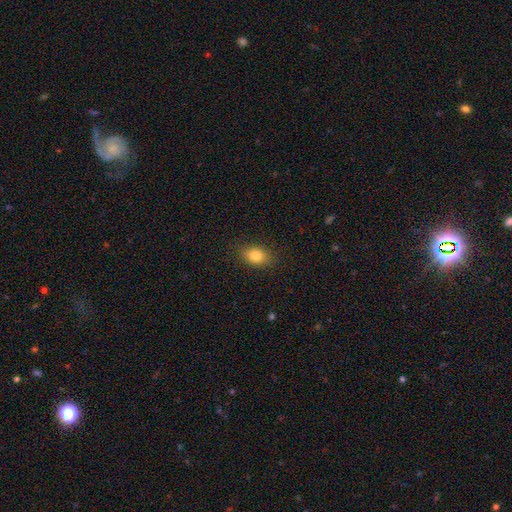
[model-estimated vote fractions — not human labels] smooth_or_featured: smooth (p=0.81) [alt: star or artifact p=0.10]
how_rounded: in between (p=0.73) [alt: round p=0.25]
merging: none (p=0.87) [alt: minor disturbance p=0.10]